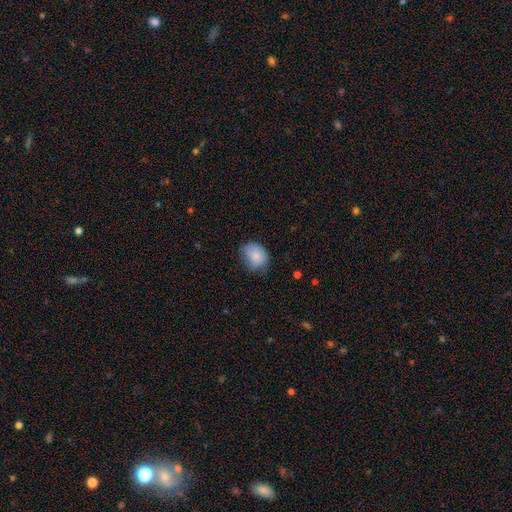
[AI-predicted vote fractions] This appears to be a smooth galaxy with no disk features (83%) that is in between round and cigar-shaped (52%). Merging: none (57%).